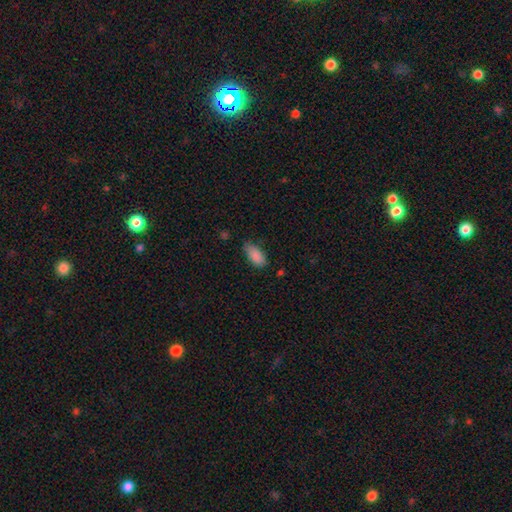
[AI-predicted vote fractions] Smooth or featured? smooth (88%)
How rounded? in between (91%)
Merging? none (69%)